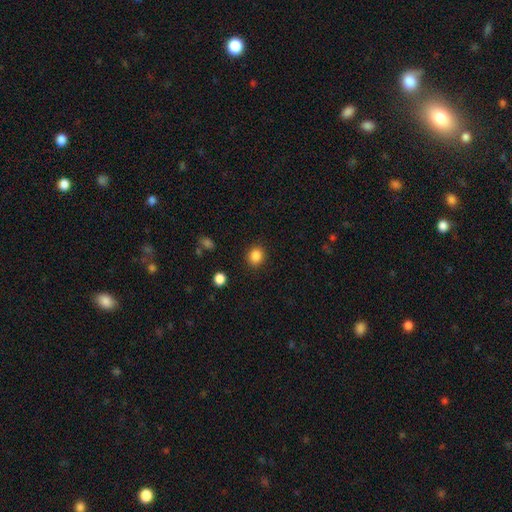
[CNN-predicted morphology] This appears to be a smooth galaxy with no disk features (86%) that is round (76%). Merging: none (89%).